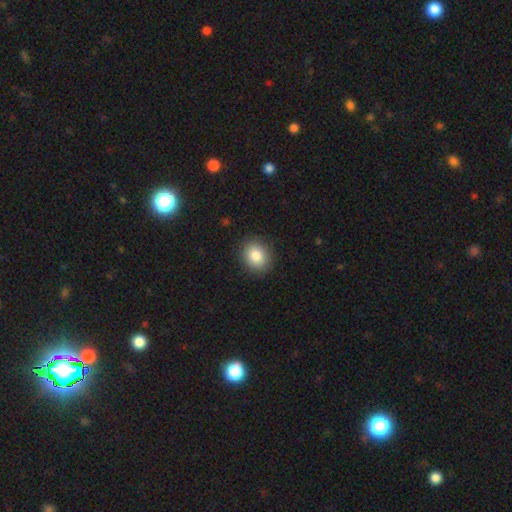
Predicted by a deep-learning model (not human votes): This appears to be a smooth galaxy with no disk features (84%) that is round (67%). Merging: none (90%).